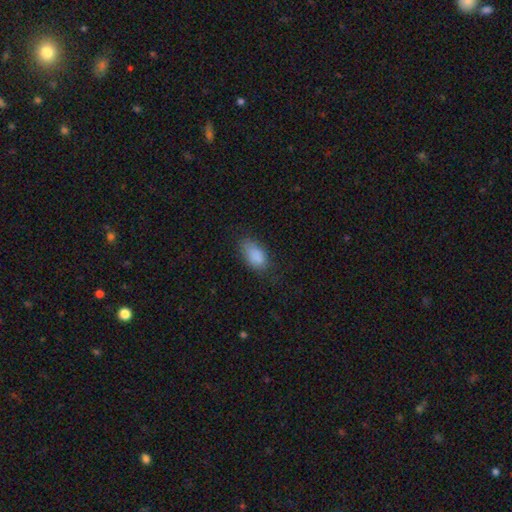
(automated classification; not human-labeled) This appears to be a smooth galaxy with no disk features (84%) that is in between round and cigar-shaped (91%). Merging: none (63%).